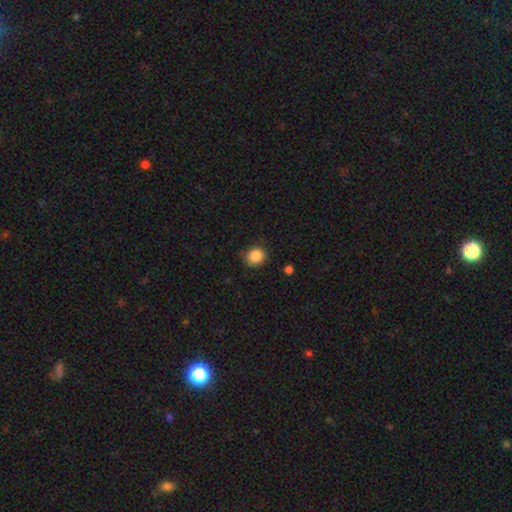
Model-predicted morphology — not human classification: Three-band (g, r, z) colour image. It shows a smooth galaxy with no disk features (87%) that is round (79%). Merging: none (80%).